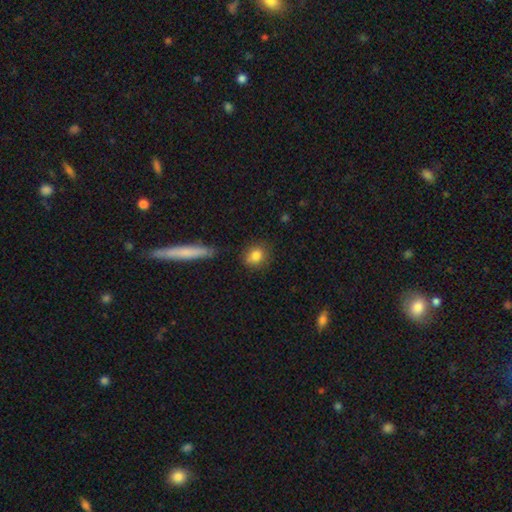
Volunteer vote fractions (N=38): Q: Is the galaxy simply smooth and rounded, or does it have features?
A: smooth — 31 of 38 (82%).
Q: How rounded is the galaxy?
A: round — 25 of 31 (81%).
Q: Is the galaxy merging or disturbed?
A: none — 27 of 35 (77%).